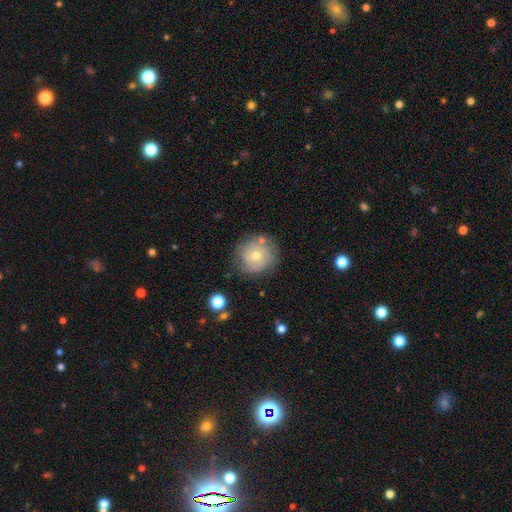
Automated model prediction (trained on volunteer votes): smooth-or-featured: smooth: 48% | featured or disk: 42% | star or artifact: 10%
  merging: none: 76% | minor disturbance: 15% | major disturbance: 5% | merger: 4%